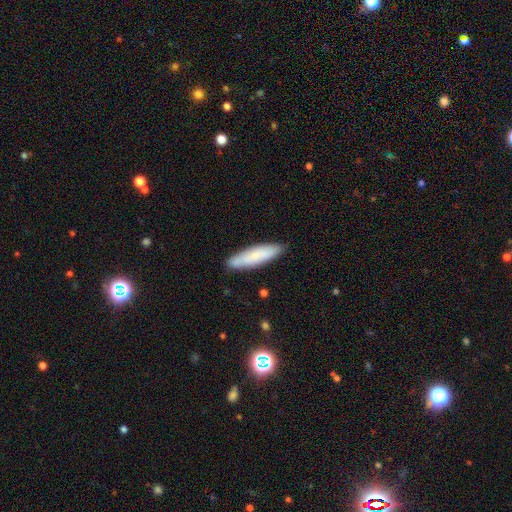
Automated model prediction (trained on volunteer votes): Smooth or featured? smooth (71%)
How rounded? cigar-shaped (74%)
Merging? none (84%)